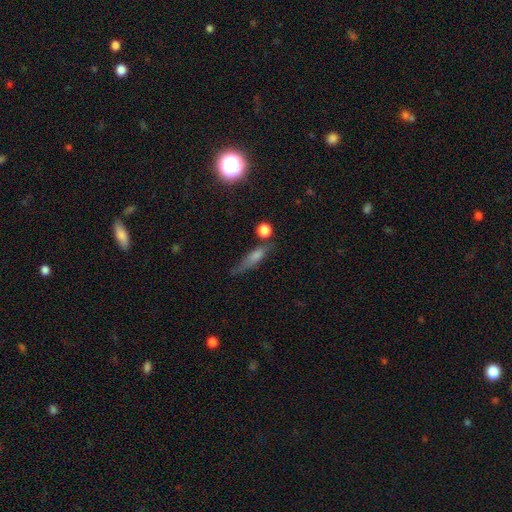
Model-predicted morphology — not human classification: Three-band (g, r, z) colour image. It shows a smooth galaxy with no disk features (55%) that is cigar-shaped (67%). Merging: none (56%).